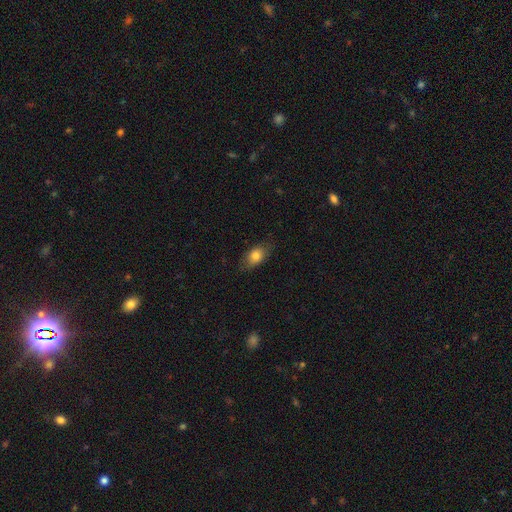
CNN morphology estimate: smooth 78%, featured or disk 14%, star or artifact 8%. Down the decision tree: how rounded — in between (82%); merging — none (78%).